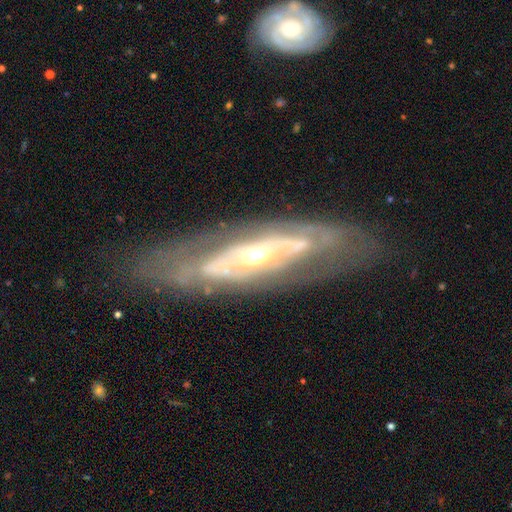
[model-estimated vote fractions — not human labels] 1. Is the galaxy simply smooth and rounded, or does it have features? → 80% featured or disk, 14% smooth, 6% star or artifact.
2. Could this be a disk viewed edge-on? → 76% no, 24% yes.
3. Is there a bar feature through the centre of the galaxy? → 67% no, 21% weak, 13% strong.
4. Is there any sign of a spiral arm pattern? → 53% yes, 47% no.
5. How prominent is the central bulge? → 56% moderate, 35% small, 6% large, 1% dominant, 1% none.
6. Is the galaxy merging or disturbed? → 76% none, 15% minor disturbance, 8% major disturbance, 2% merger.